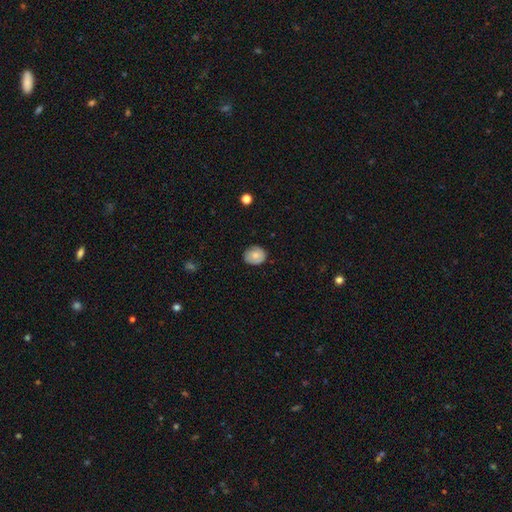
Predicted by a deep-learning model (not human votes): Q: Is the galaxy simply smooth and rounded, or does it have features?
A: smooth — 76%.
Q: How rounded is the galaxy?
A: round — 71%.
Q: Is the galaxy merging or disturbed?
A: none — 82%.